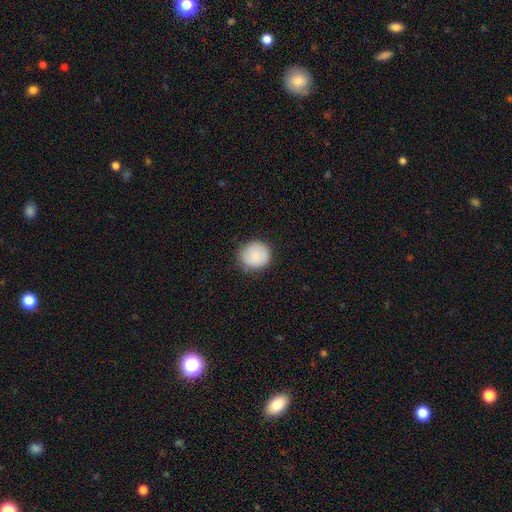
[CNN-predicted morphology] smooth-or-featured: smooth: 87% | star or artifact: 7% | featured or disk: 6%
  how-rounded: round: 85% | in between: 14% | cigar-shaped: 1%
  merging: none: 80% | minor disturbance: 15% | major disturbance: 3% | merger: 1%